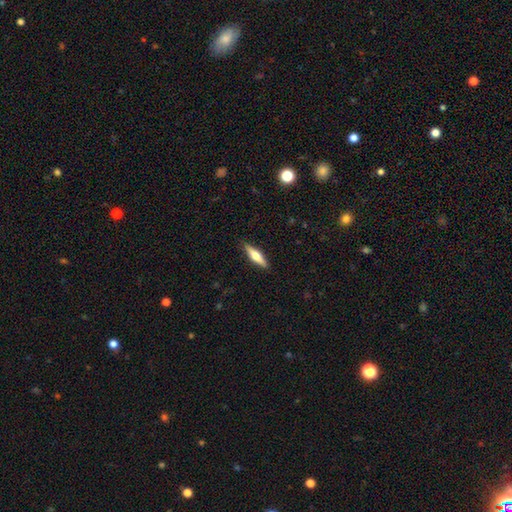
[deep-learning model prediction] Q: Smooth or featured?
A: smooth (52%); runner-up: featured or disk (43%)
Q: How rounded?
A: cigar-shaped (70%); runner-up: in between (28%)
Q: Merging?
A: none (88%); runner-up: minor disturbance (9%)